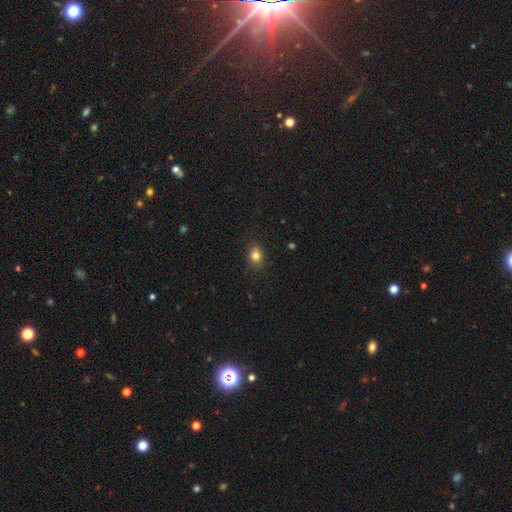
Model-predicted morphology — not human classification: The model was most divided on "how rounded": in between: 55%, round: 44%, cigar-shaped: 1%. More confident: merging — none (84%); smooth or featured — smooth (81%).